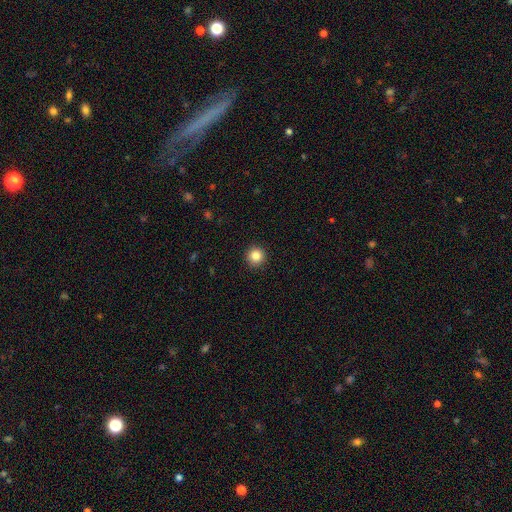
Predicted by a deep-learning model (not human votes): Overall: smooth (84%). How rounded: round (96%). Merging: none (93%).